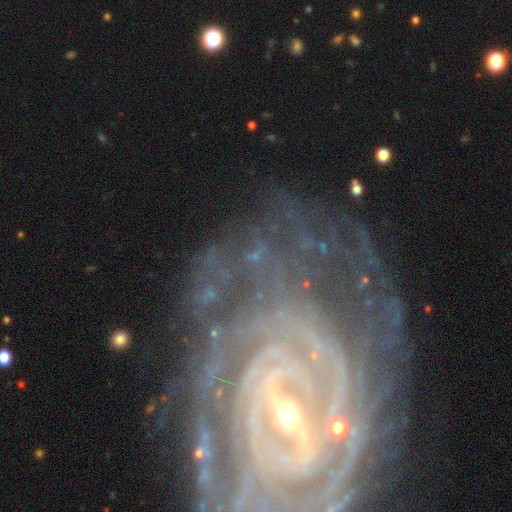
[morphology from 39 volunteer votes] This appears to be a featured or disk galaxy (87%) with a weak bar (48%), tight (67%) spiral arms (100%) and a small central bulge (64%). Merging: none (69%).